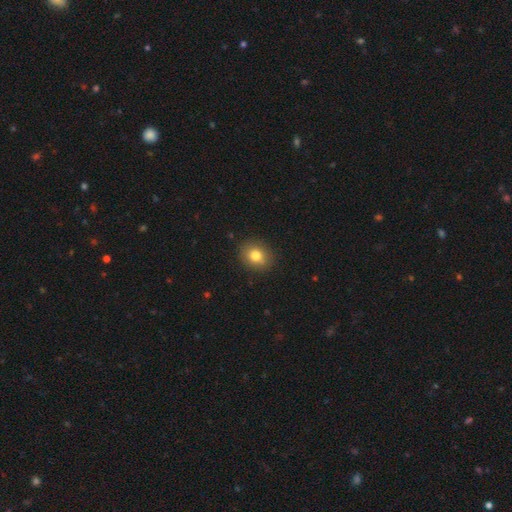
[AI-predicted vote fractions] smooth-or-featured: smooth: 80% | star or artifact: 10% | featured or disk: 10%
  how-rounded: round: 62% | in between: 37% | cigar-shaped: 1%
  merging: none: 88% | minor disturbance: 9% | major disturbance: 2% | merger: 1%